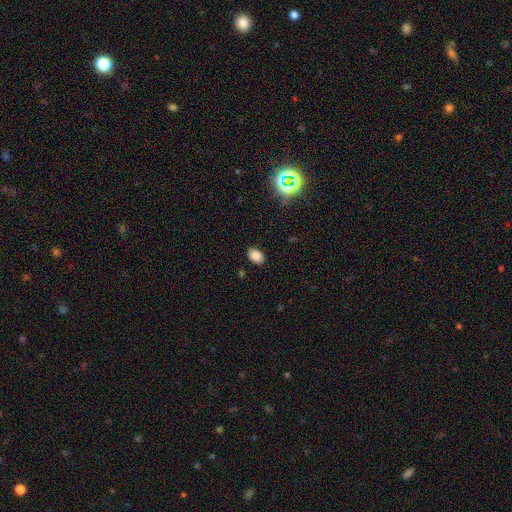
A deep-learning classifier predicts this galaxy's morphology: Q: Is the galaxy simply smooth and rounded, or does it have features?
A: smooth — 83%.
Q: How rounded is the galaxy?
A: in between — 84%.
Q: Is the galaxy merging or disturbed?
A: none — 86%.